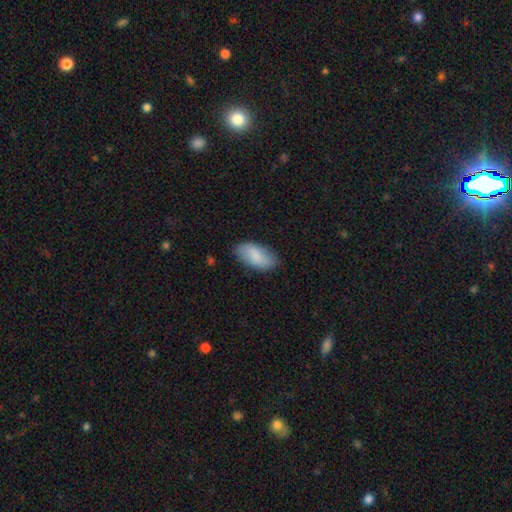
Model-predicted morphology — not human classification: Smooth or featured? smooth (79%)
How rounded? in between (94%)
Merging? none (81%)